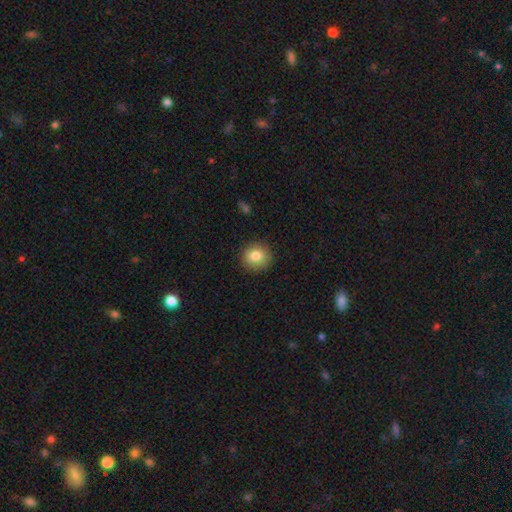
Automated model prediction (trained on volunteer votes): Smooth or featured?
  - smooth: 83% *
  - star or artifact: 9%
  - featured or disk: 7%
How rounded?
  - round: 88% *
  - in between: 11%
  - cigar-shaped: 1%
Merging?
  - none: 90% *
  - minor disturbance: 7%
  - major disturbance: 2%
  - merger: 1%